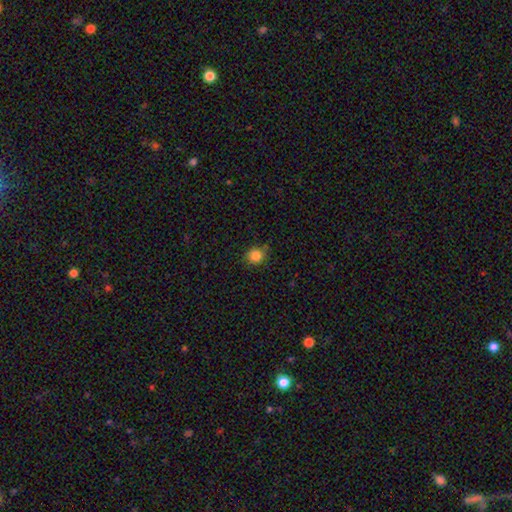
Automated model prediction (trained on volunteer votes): Smooth or featured? Predicted: smooth (p=0.84). How rounded? Predicted: round (p=0.85). Merging? Predicted: none (p=0.83).